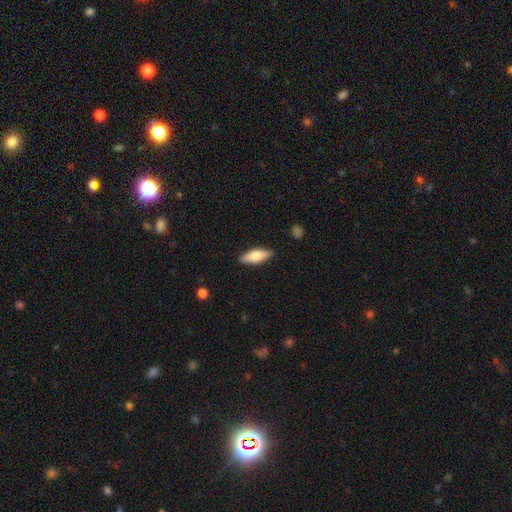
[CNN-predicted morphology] Smooth or featured? Predicted: smooth (p=0.70). How rounded? Predicted: in between (p=0.64). Merging? Predicted: none (p=0.86).